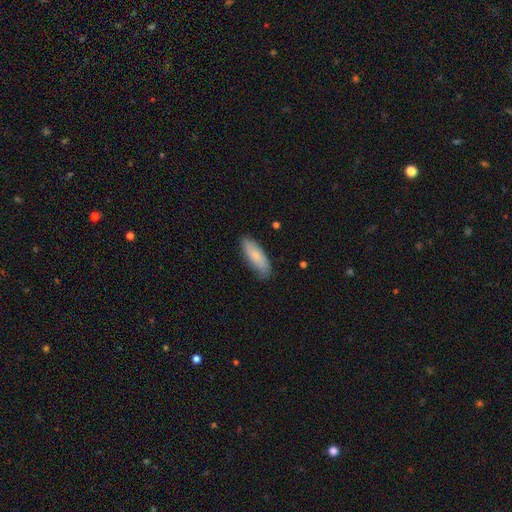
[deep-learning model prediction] Overall: smooth (78%). How rounded: in between (66%; cigar-shaped 32%). Merging: none (78%).